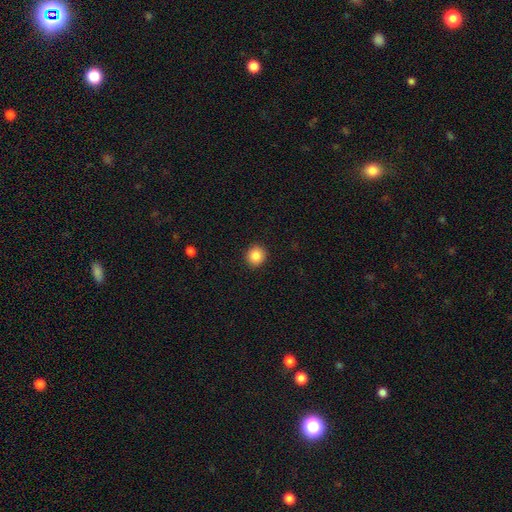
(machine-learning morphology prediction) Smooth or featured? smooth (86%)
How rounded? round (90%)
Merging? none (93%)